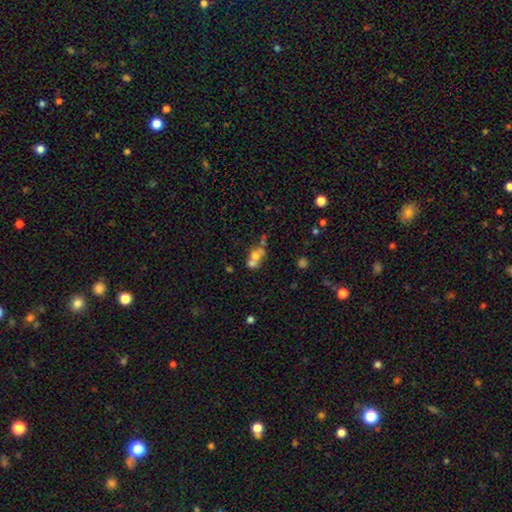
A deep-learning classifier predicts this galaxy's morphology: The model was most divided on "how rounded": round: 54%, in between: 43%, cigar-shaped: 3%. More confident: merging — merger (60%); smooth or featured — smooth (58%).